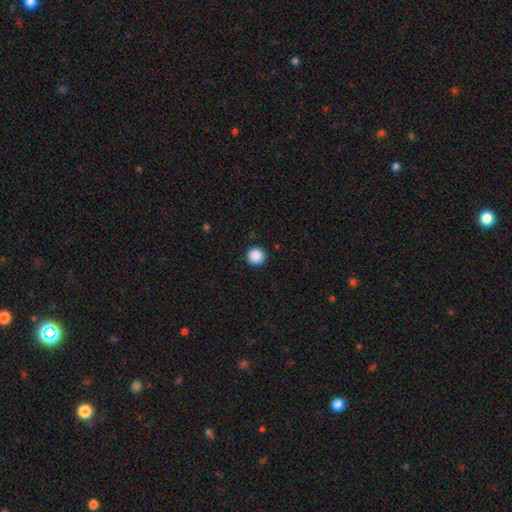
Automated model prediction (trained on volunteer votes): This appears to be a smooth galaxy with no disk features (89%) that is round (96%). Merging: none (92%).